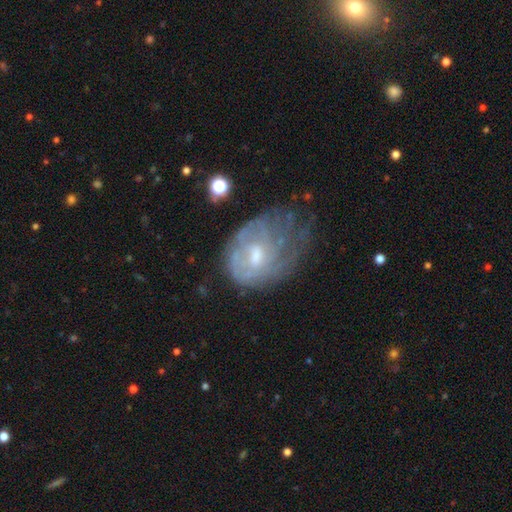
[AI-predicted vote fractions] smooth-or-featured: featured or disk: 63% | smooth: 28% | star or artifact: 9%
  disk-edge-on: no: 96% | yes: 4%
    bar: no: 58% | weak: 36% | strong: 6%
    has-spiral-arms: yes: 55% | no: 45%
    bulge-size: moderate: 54% | small: 33% | none: 7% | large: 5% | dominant: 1%
  merging: major disturbance: 36% | none: 31% | minor disturbance: 30% | merger: 3%